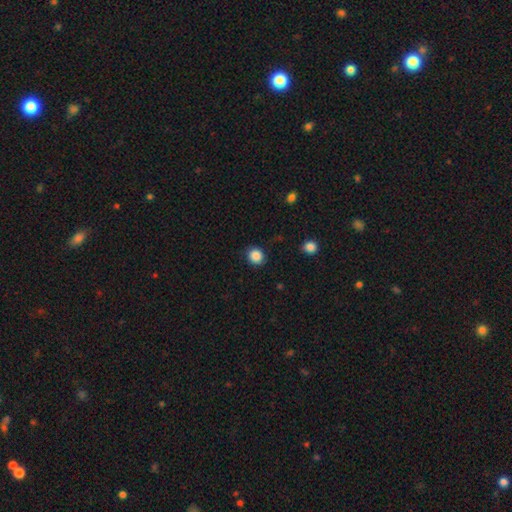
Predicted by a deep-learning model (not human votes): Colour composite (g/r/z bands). It shows a smooth galaxy with no disk features (87%) that is round (85%). Merging: none (87%).